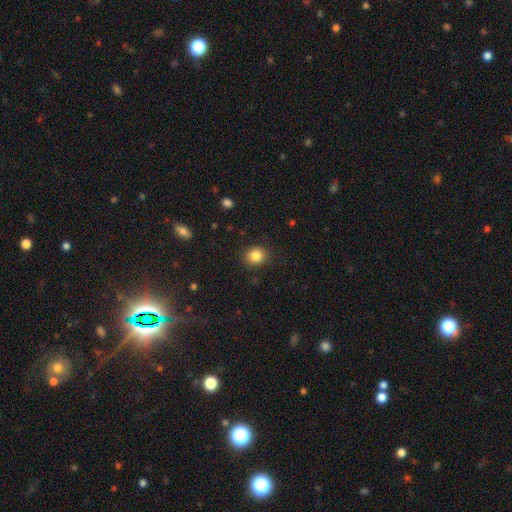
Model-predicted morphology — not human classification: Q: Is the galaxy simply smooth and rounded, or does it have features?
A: smooth — 84%.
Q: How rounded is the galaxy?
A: round — 75%.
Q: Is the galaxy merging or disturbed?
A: none — 89%.